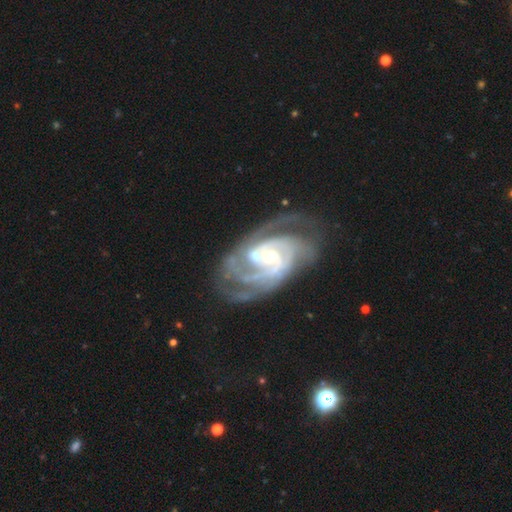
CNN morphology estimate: Q: Smooth or featured?
A: featured or disk (90%); runner-up: smooth (5%)
Q: Edge-on disk?
A: no (97%); runner-up: yes (3%)
Q: Bar?
A: no (56%); runner-up: weak (31%)
Q: Spiral arms?
A: yes (97%); runner-up: no (3%)
Q: Spiral winding?
A: tight (49%); runner-up: medium (41%)
Q: Spiral arm count?
A: 2 (42%); runner-up: 3 (25%)
Q: Bulge size?
A: moderate (48%); runner-up: small (47%)
Q: Merging?
A: none (49%); runner-up: major disturbance (21%)